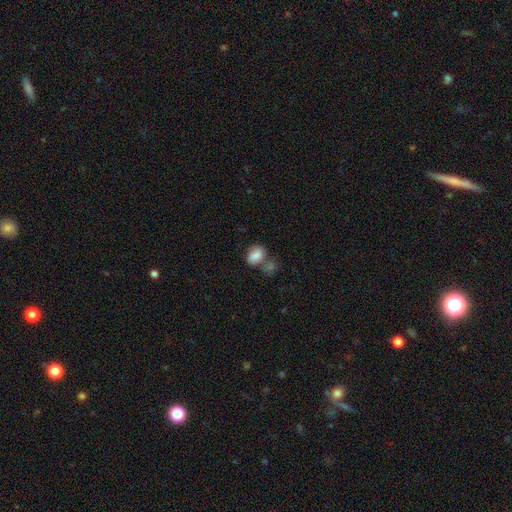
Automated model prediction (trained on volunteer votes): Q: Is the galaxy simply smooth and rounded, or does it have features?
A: smooth — 83%.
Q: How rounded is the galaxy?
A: in between — 76%.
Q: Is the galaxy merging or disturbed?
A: none — 41%.